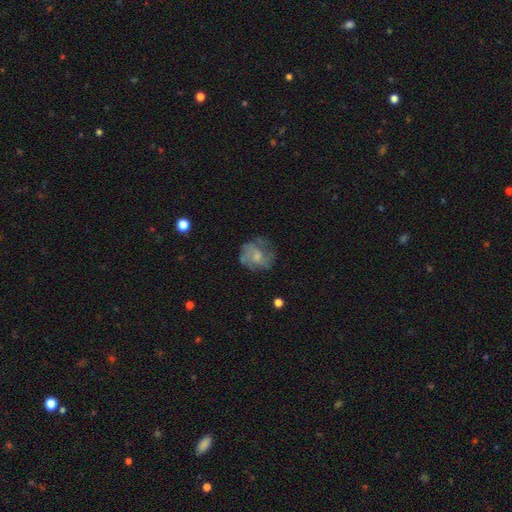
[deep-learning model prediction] smooth_or_featured: featured or disk (p=0.50) [alt: smooth p=0.41]
merging: none (p=0.54) [alt: minor disturbance p=0.24]